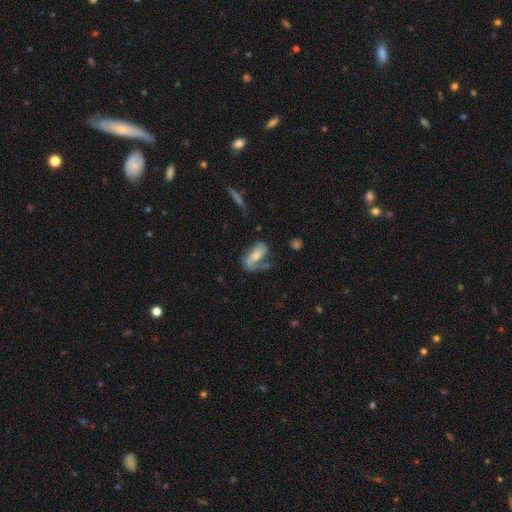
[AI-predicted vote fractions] This is likely a featured or disk galaxy (67%). It is clearly not viewed edge-on (95%). Bar: marginally no (43%). Spiral arm pattern: clearly yes (87%). Spiral arm count: likely 2 (68%). Spiral winding: marginally medium (42%). Central bulge: marginally moderate (39%). Merging: possibly none (46%).